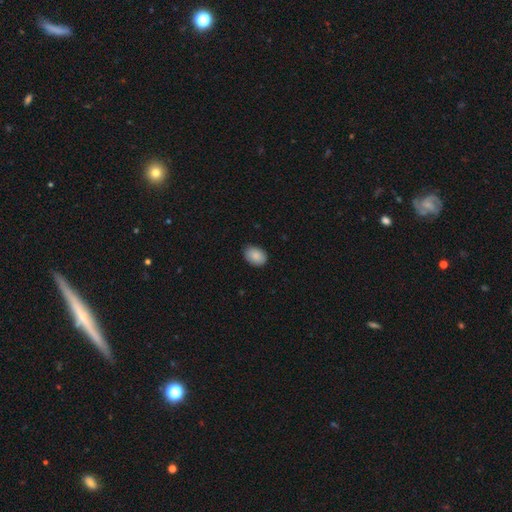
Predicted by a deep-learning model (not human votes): A smooth galaxy with no disk features (88%) that is in between round and cigar-shaped (80%).

Vote fractions:
- Smooth or featured? smooth: 88% / star or artifact: 7% / featured or disk: 5%
- How rounded? in between: 80% / round: 19% / cigar-shaped: 1%
- Merging? none: 86% / minor disturbance: 11% / major disturbance: 2% / merger: 1%